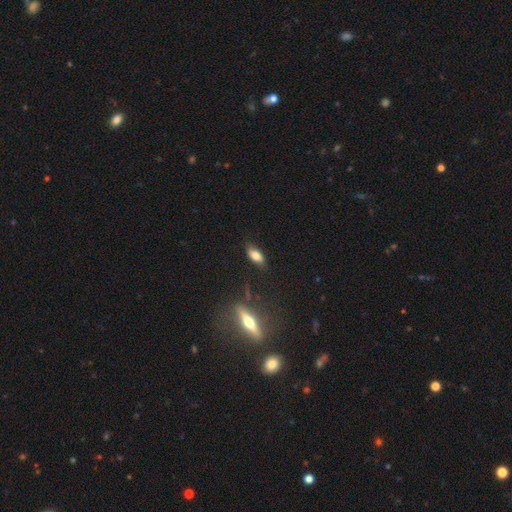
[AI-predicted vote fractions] smooth-or-featured: smooth: 76% | featured or disk: 16% | star or artifact: 9%
  how-rounded: in between: 82% | cigar-shaped: 14% | round: 4%
  merging: none: 78% | minor disturbance: 16% | major disturbance: 4% | merger: 2%